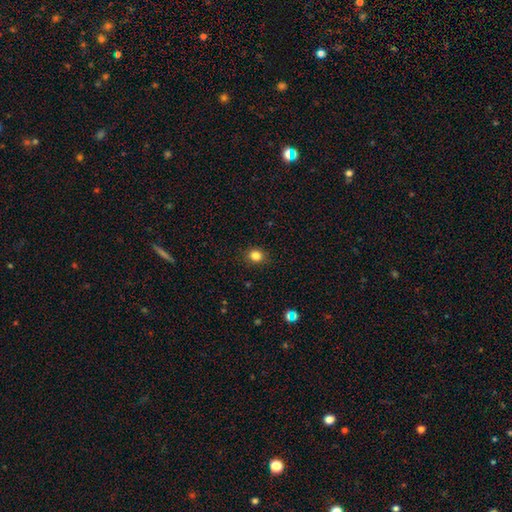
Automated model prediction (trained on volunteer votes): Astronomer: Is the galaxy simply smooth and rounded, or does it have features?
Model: smooth — 84%.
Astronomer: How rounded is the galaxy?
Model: round — 70%.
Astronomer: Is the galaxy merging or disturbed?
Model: none — 87%.